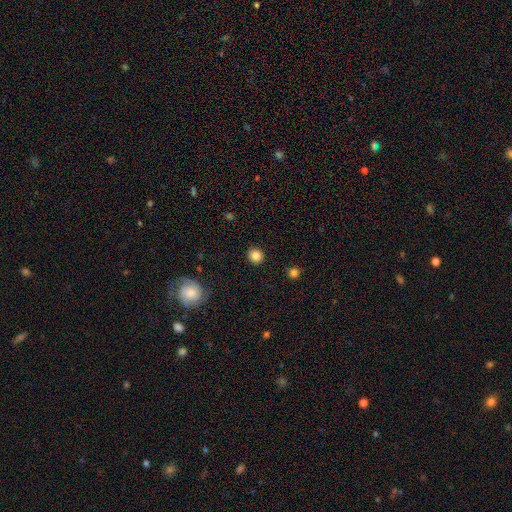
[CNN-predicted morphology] smooth_or_featured: smooth (p=0.85) [alt: star or artifact p=0.10]
how_rounded: round (p=0.90) [alt: in between p=0.09]
merging: none (p=0.91) [alt: minor disturbance p=0.06]